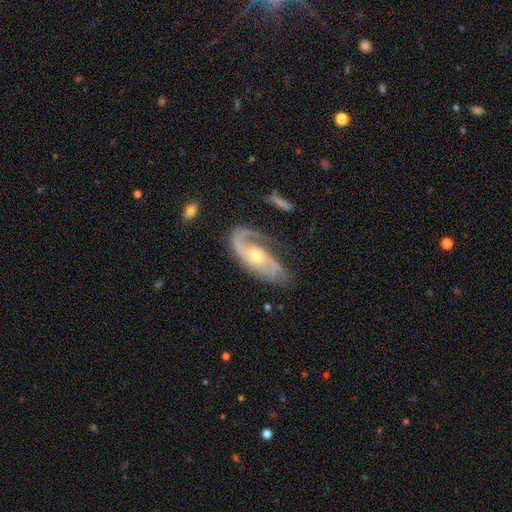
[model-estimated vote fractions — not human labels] A featured or disk galaxy (86%) with no bar (66%), 2 (54%) medium (43%) spiral arms (96%) and a moderate central bulge (54%).

Vote fractions:
- Smooth or featured? featured or disk: 86% / smooth: 9% / star or artifact: 5%
- Edge-on disk? no: 94% / yes: 6%
- Bar? no: 66% / weak: 26% / strong: 8%
- Spiral arms? yes: 96% / no: 4%
- Spiral winding? medium: 43% / tight: 35% / loose: 21%
- Spiral arm count? 2: 54% / 1: 25% / can't tell: 10% / 3: 7% / 4: 2% / more than 4: 2%
- Bulge size? moderate: 54% / small: 42% / large: 2% / none: 1% / dominant: 1%
- Merging? none: 60% / minor disturbance: 22% / major disturbance: 15% / merger: 3%